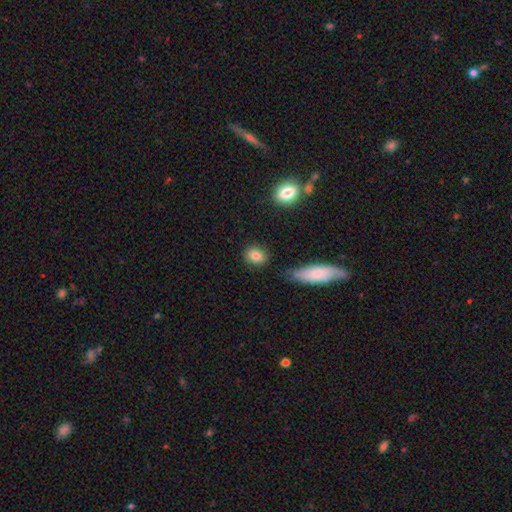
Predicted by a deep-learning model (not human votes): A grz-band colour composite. It shows a smooth galaxy with no disk features (83%) that is round (62%). Merging: none (82%).